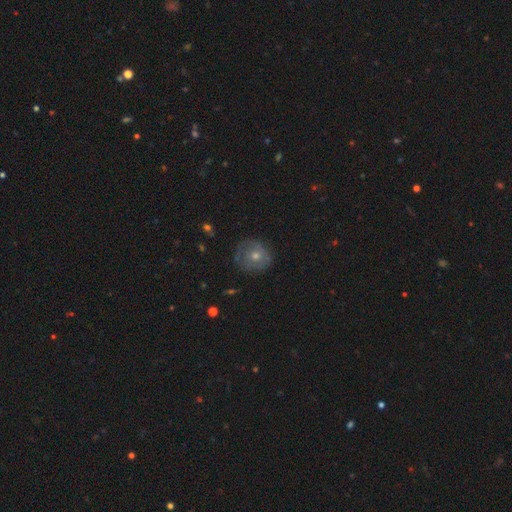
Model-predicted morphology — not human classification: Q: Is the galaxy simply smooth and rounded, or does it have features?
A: featured or disk — 46%.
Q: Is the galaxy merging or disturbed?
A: none — 77%.